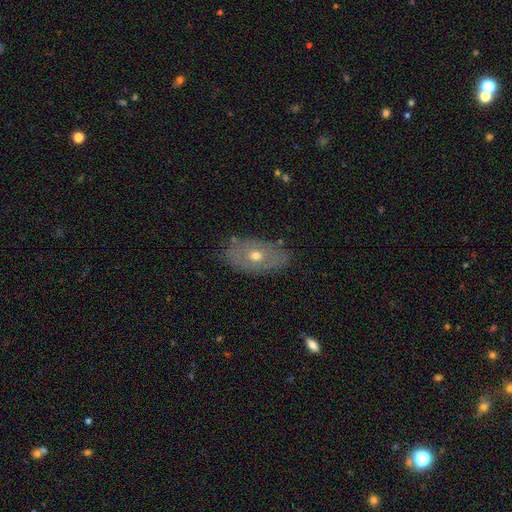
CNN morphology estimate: Smooth or featured? Predicted: featured or disk (p=0.48). Merging? Predicted: none (p=0.78).